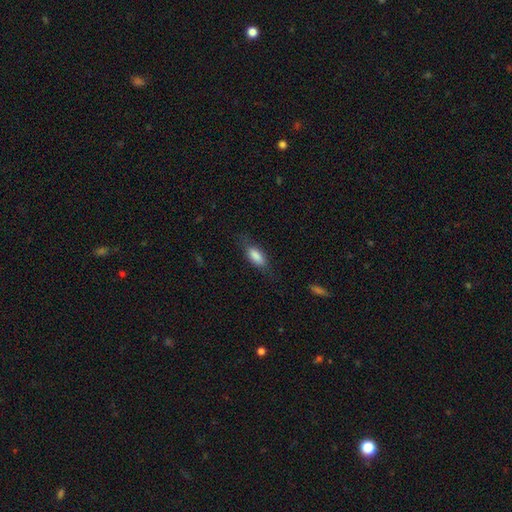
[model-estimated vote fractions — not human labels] Smooth or featured?
  - smooth: 82% *
  - featured or disk: 11%
  - star or artifact: 7%
How rounded?
  - in between: 75% *
  - cigar-shaped: 22%
  - round: 3%
Merging?
  - none: 71% *
  - minor disturbance: 20%
  - major disturbance: 8%
  - merger: 1%